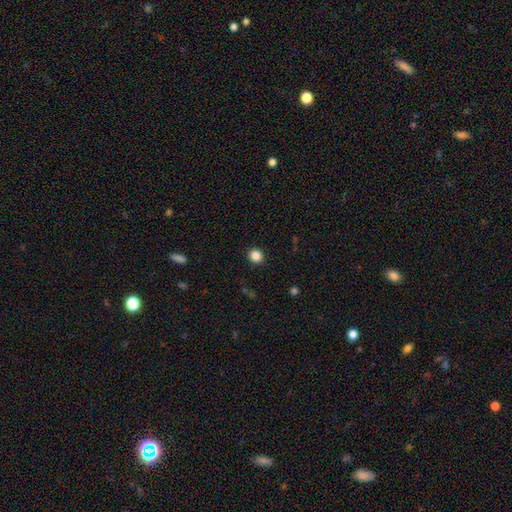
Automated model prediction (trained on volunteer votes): Morphology: type=smooth (85%); roundness=round (83%); merging=none (91%).